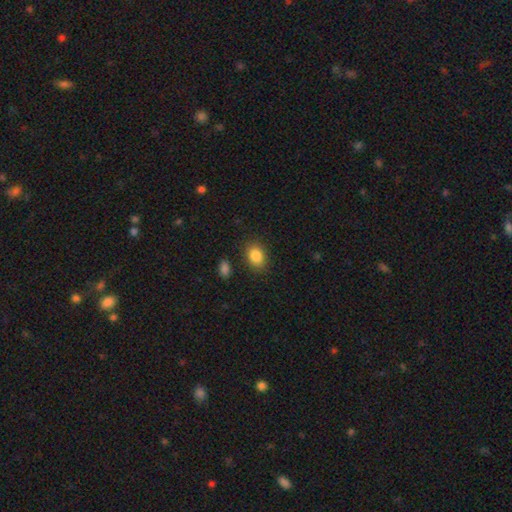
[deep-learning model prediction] smooth_or_featured: smooth (p=0.86) [alt: star or artifact p=0.08]
how_rounded: in between (p=0.71) [alt: round p=0.28]
merging: none (p=0.83) [alt: minor disturbance p=0.11]